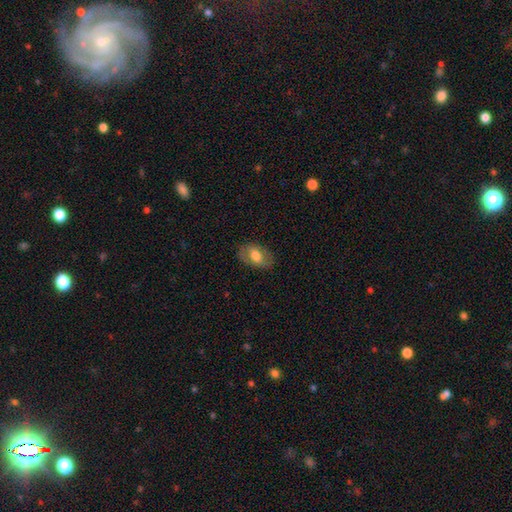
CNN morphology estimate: smooth-or-featured: smooth: 61% | featured or disk: 32% | star or artifact: 7%
  how-rounded: in between: 89% | round: 9% | cigar-shaped: 2%
  merging: none: 80% | minor disturbance: 14% | major disturbance: 4% | merger: 1%